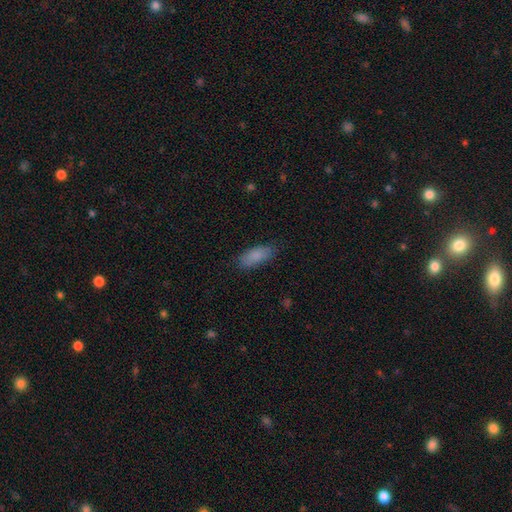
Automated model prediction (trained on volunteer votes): A smooth galaxy with no disk features (86%) that is in between round and cigar-shaped (74%).

Vote fractions:
- Smooth or featured? smooth: 86% / star or artifact: 7% / featured or disk: 7%
- How rounded? in between: 74% / cigar-shaped: 24% / round: 2%
- Merging? none: 83% / minor disturbance: 13% / major disturbance: 3% / merger: 1%